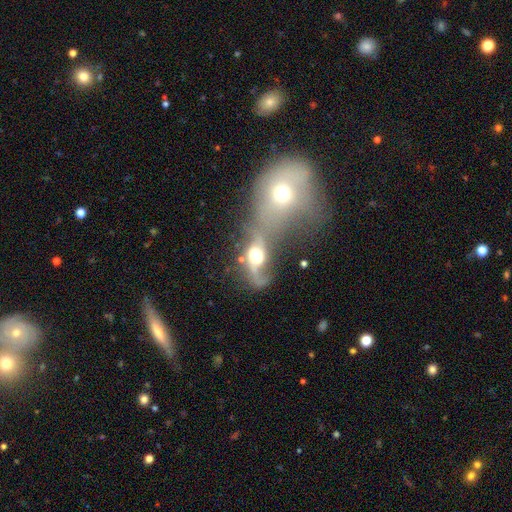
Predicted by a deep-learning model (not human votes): A featured or disk galaxy (62%) with no bar (63%), spiral arms (75%) and a large central bulge (46%).

Vote fractions:
- Smooth or featured? featured or disk: 62% / smooth: 27% / star or artifact: 11%
- Edge-on disk? no: 87% / yes: 13%
- Bar? no: 63% / weak: 27% / strong: 10%
- Spiral arms? yes: 75% / no: 25%
- Bulge size? large: 46% / moderate: 39% / dominant: 10% / small: 4% / none: 2%
- Merging? merger: 55% / none: 19% / major disturbance: 16% / minor disturbance: 10%